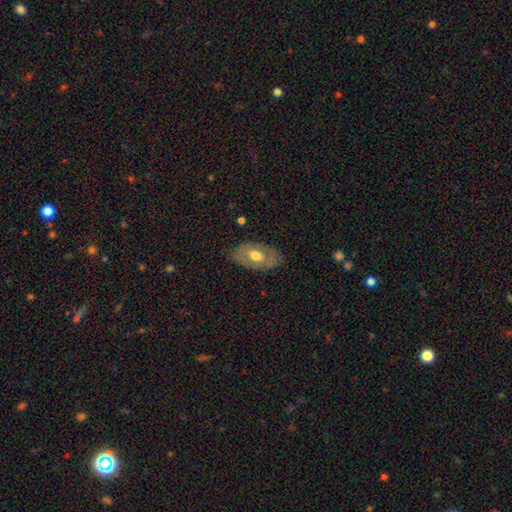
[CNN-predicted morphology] This appears to be a smooth galaxy with no disk features (49%). Merging: none (80%).